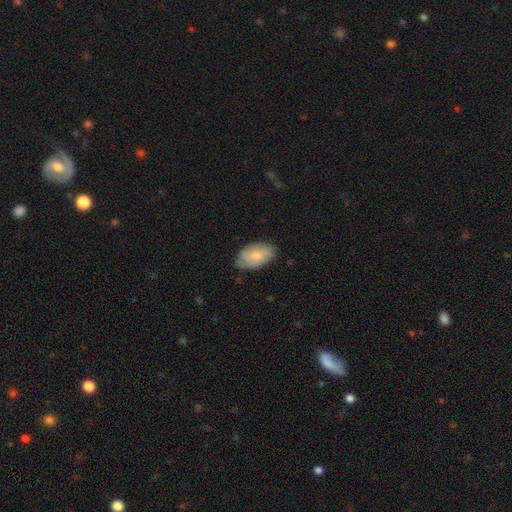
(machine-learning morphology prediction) Overall: smooth (66%; featured or disk 28%). How rounded: in between (93%). Merging: none (74%).